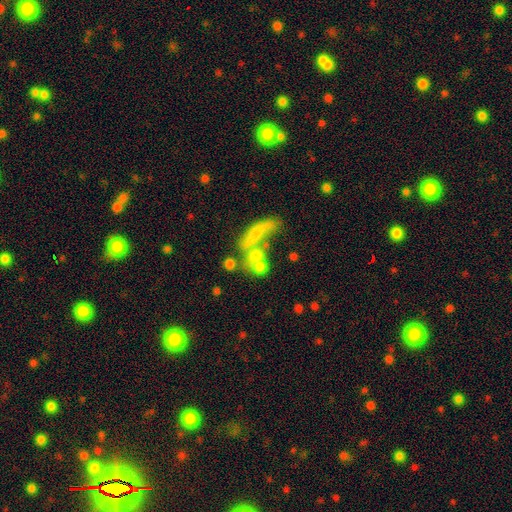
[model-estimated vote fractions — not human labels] Morphology: type=smooth (61%); roundness=round (44%); merging=merger (46%).